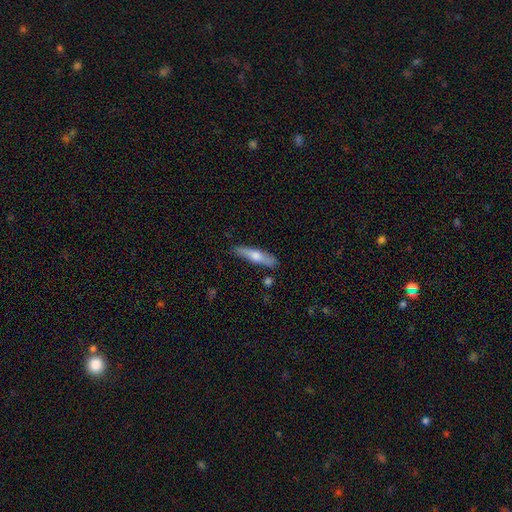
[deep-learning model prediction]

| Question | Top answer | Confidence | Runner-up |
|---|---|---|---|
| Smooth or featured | smooth | 56% | featured or disk (38%) |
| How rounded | cigar-shaped | 79% | in between (19%) |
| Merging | none | 79% | minor disturbance (14%) |